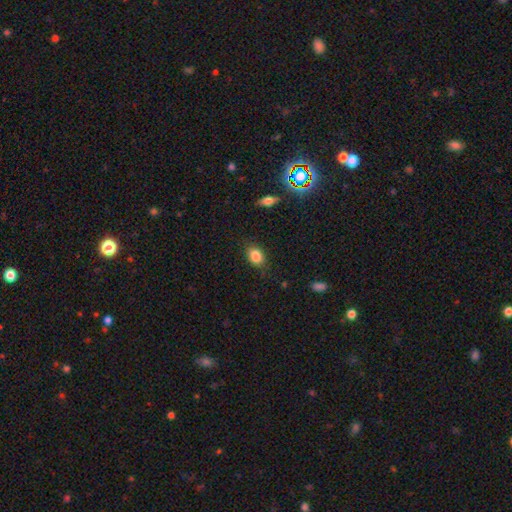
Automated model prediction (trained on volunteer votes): Overall: smooth (85%). How rounded: in between (72%). Merging: none (80%).